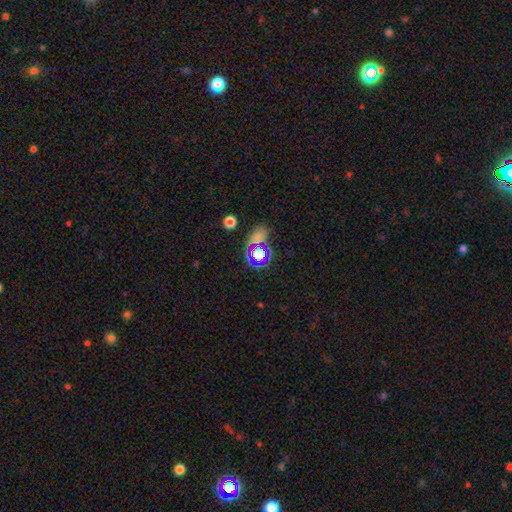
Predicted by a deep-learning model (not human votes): Morphology: type=star or artifact (50%).